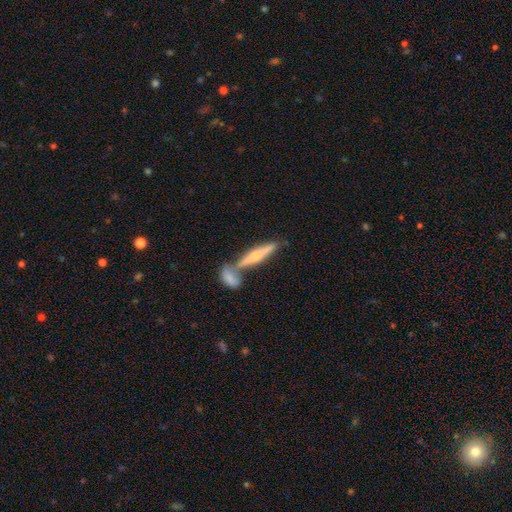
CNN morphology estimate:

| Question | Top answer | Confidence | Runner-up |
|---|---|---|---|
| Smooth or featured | featured or disk | 56% | smooth (37%) |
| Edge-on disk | yes | 92% | no (8%) |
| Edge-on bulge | rounded | 83% | none (11%) |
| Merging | none | 53% | merger (35%) |